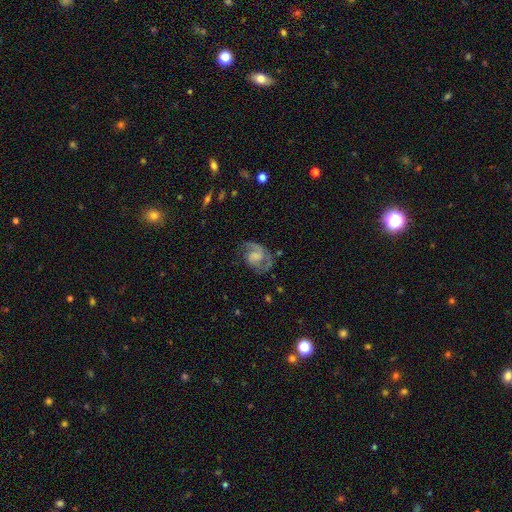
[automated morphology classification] A featured or disk galaxy (75%) with no bar (49%), 2 (72%) medium (50%) spiral arms (92%) and no central bulge (40%). Merging: none (58%).